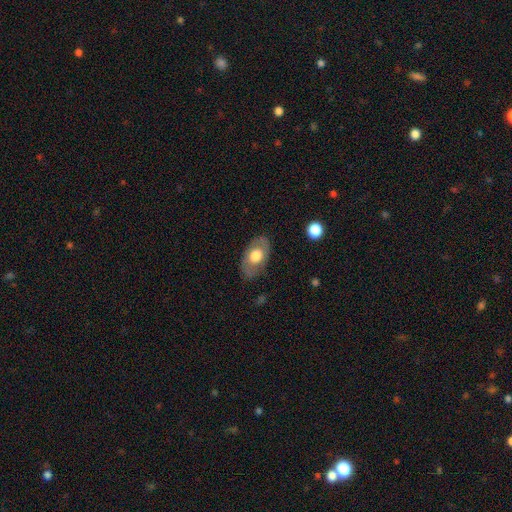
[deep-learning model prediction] Morphology: type=smooth (59%); roundness=in between (89%); merging=none (78%).